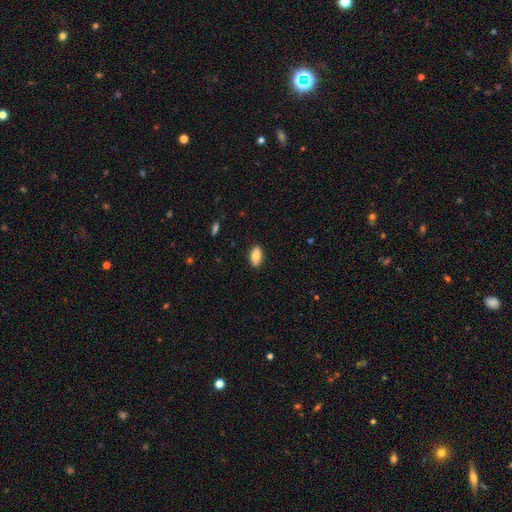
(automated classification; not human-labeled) Morphology: type=smooth (82%); roundness=in between (88%); merging=none (89%).